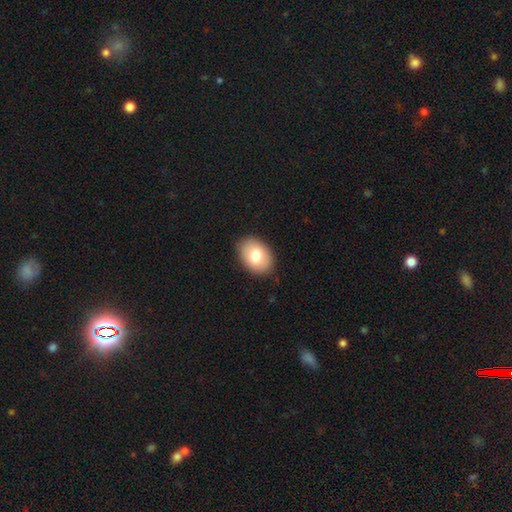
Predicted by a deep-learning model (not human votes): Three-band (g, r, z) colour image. It shows a smooth galaxy with no disk features (77%) that is in between round and cigar-shaped (81%). Merging: none (87%).